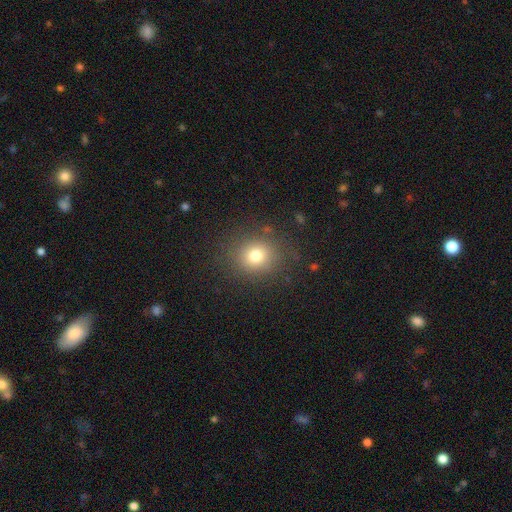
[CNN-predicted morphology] A smooth galaxy with no disk features (75%) that is round (81%).

Vote fractions:
- Smooth or featured? smooth: 75% / star or artifact: 15% / featured or disk: 10%
- How rounded? round: 81% / in between: 18% / cigar-shaped: 1%
- Merging? none: 84% / minor disturbance: 9% / major disturbance: 5% / merger: 1%